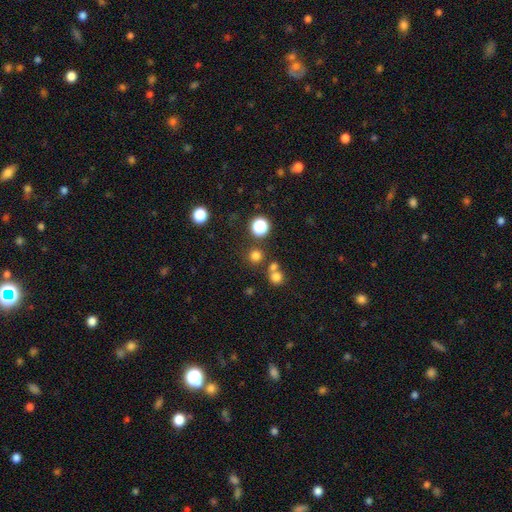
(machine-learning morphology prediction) Smooth or featured: smooth — 73% (star or artifact — 21%)
How rounded: round — 92% (in between — 7%)
Merging: none — 73% (merger — 17%)